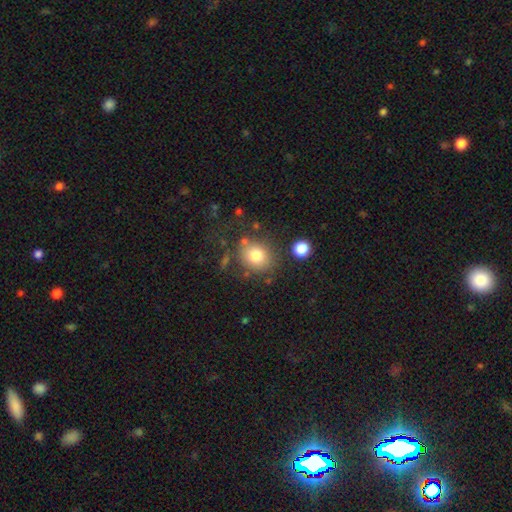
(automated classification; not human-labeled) Smooth or featured? smooth (78%)
How rounded? round (73%)
Merging? none (75%)